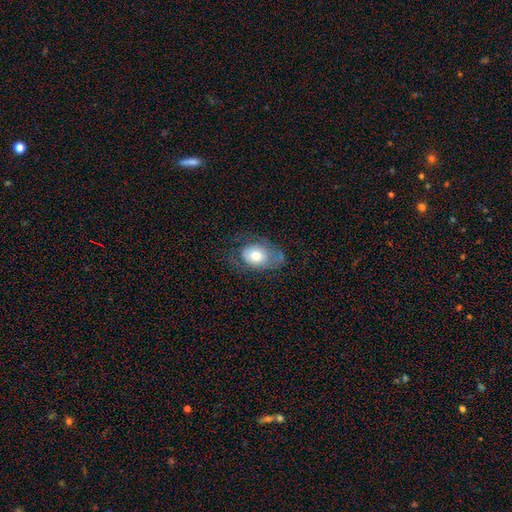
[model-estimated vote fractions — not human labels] This appears to be a smooth galaxy with no disk features (65%) that is in between round and cigar-shaped (80%). Merging: none (48%).